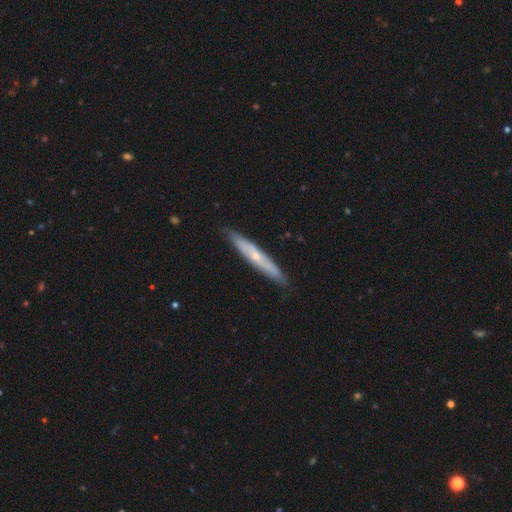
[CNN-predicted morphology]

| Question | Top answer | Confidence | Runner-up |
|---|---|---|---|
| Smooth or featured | featured or disk | 58% | smooth (36%) |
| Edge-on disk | yes | 81% | no (19%) |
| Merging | none | 86% | minor disturbance (11%) |